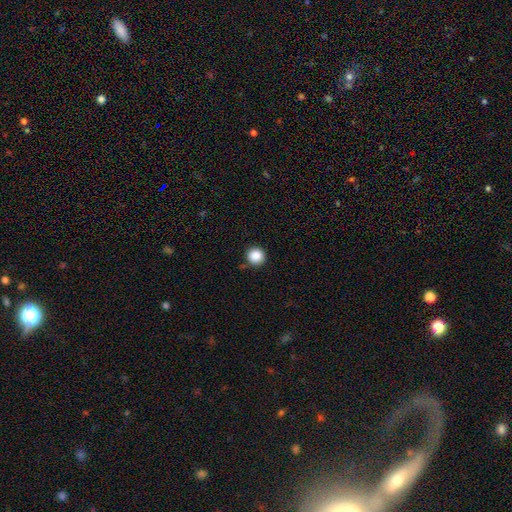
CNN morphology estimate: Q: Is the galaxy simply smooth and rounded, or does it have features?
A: smooth — 87%.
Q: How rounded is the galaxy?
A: round — 95%.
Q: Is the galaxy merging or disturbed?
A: none — 89%.